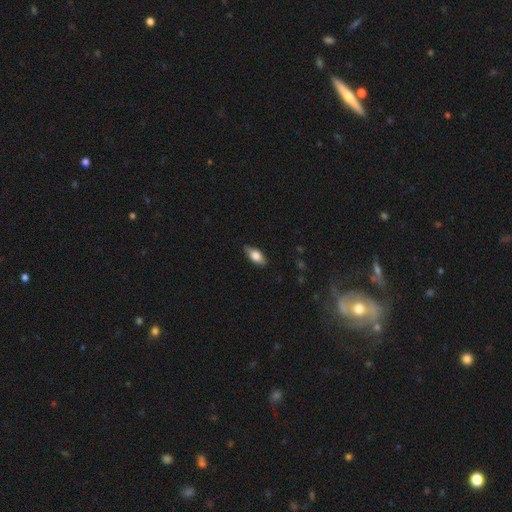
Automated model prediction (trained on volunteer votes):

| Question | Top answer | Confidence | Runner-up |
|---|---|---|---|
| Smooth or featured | smooth | 76% | featured or disk (18%) |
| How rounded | in between | 85% | cigar-shaped (11%) |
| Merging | none | 83% | minor disturbance (14%) |